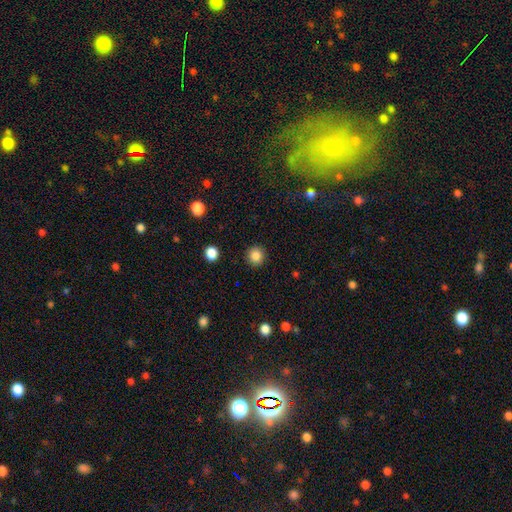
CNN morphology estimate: Smooth or featured: smooth — 85% (star or artifact — 11%)
How rounded: round — 93% (in between — 6%)
Merging: none — 92% (minor disturbance — 5%)